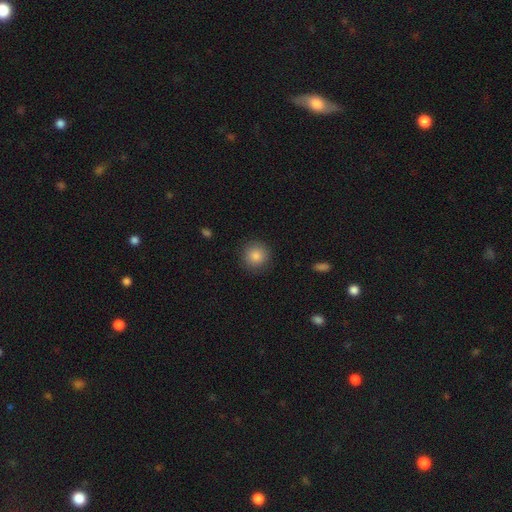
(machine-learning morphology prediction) Q: Smooth or featured?
A: smooth (85%); runner-up: star or artifact (9%)
Q: How rounded?
A: round (94%); runner-up: in between (5%)
Q: Merging?
A: none (90%); runner-up: minor disturbance (7%)